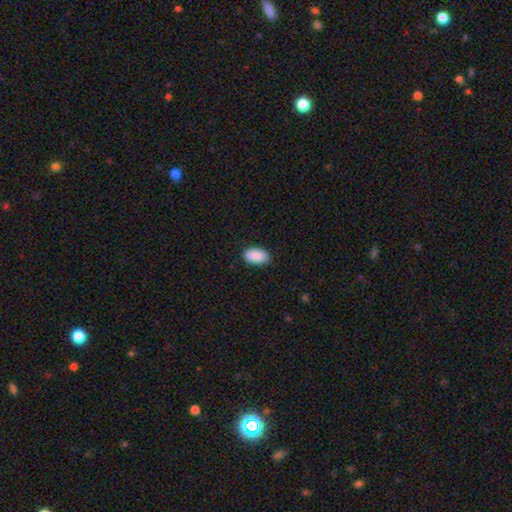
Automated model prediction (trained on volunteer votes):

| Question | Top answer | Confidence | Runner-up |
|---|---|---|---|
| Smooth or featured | smooth | 90% | star or artifact (7%) |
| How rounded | in between | 94% | round (5%) |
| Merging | none | 84% | minor disturbance (13%) |